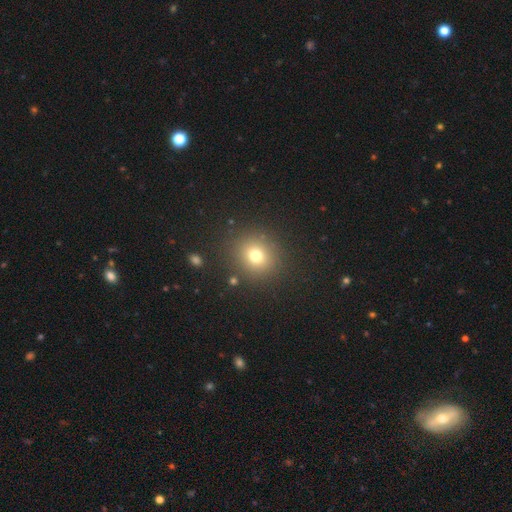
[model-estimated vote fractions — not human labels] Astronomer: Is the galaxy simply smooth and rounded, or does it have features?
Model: smooth — 73%.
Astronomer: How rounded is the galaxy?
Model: round — 87%.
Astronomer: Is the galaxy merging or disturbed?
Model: none — 87%.